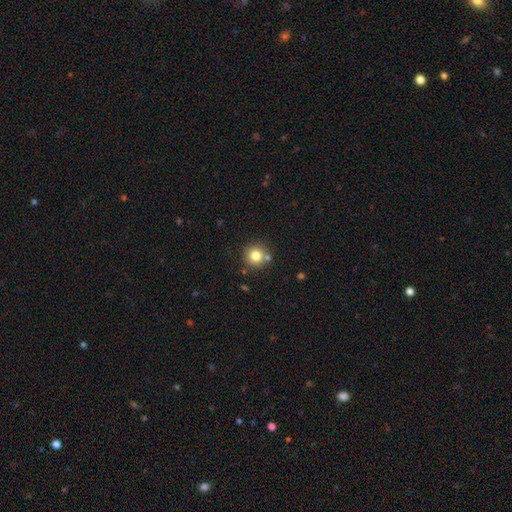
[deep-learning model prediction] smooth_or_featured: smooth (p=0.80) [alt: star or artifact p=0.12]
how_rounded: round (p=0.93) [alt: in between p=0.06]
merging: none (p=0.78) [alt: merger p=0.10]